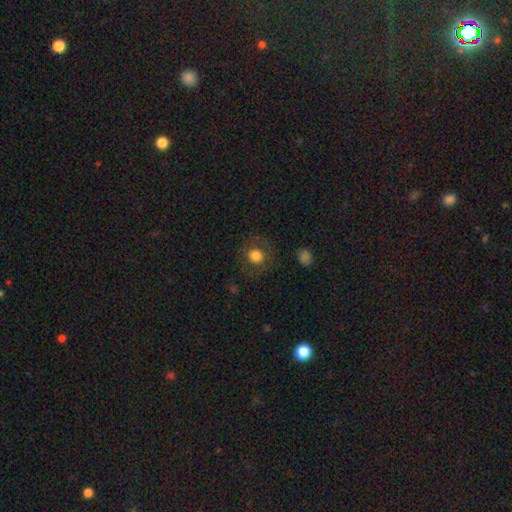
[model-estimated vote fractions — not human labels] This is likely a smooth galaxy (76%). How rounded: clearly round (90%). Merging: clearly none (83%).